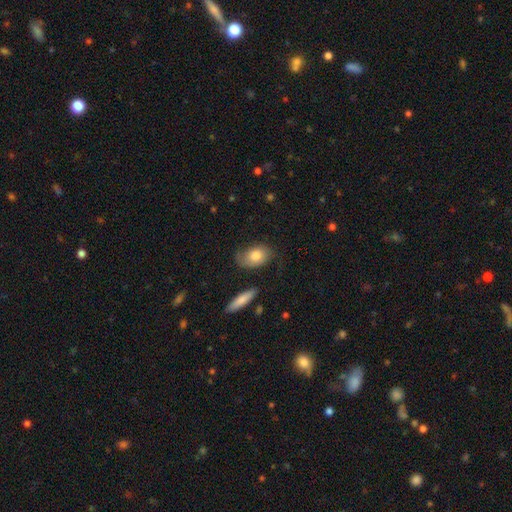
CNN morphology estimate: Smooth or featured? smooth (75%)
How rounded? in between (84%)
Merging? none (64%)